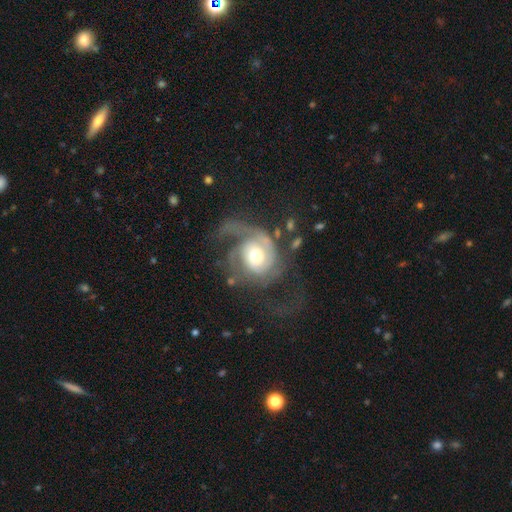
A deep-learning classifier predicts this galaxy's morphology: type=featured or disk (84%); edge-on=no (98%); bar=no (71%); spiral arms=yes (94%); winding=medium (40%); arm count=2 (39%); bulge=moderate (62%); merging=none (41%).